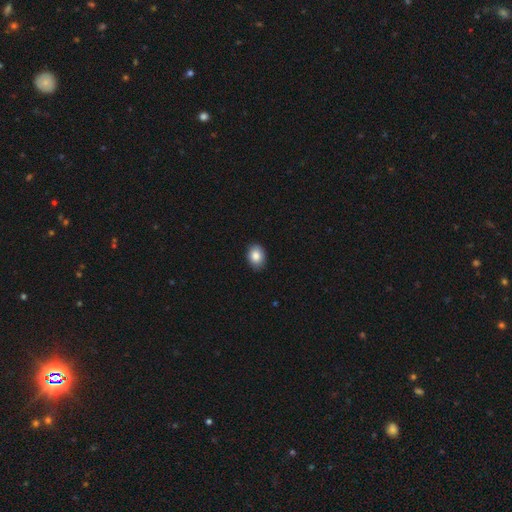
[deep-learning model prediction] Morphology: type=smooth (86%); roundness=in between (68%); merging=none (88%).